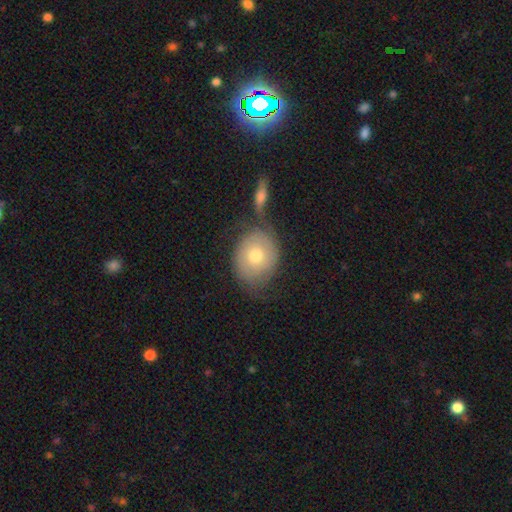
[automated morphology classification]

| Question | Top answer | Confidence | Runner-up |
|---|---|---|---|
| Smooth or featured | smooth | 63% | featured or disk (29%) |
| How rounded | round | 65% | in between (34%) |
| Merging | none | 50% | merger (22%) |